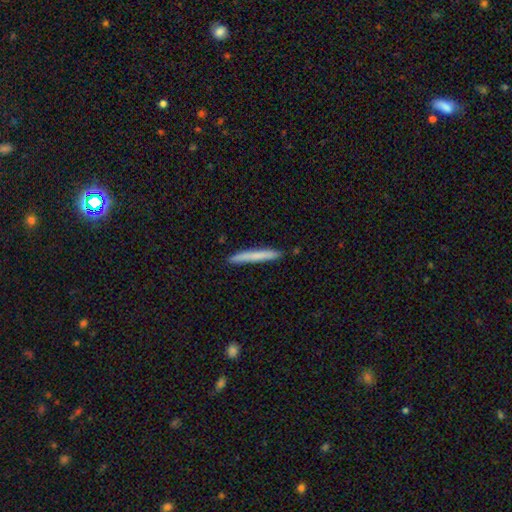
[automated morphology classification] smooth-or-featured: smooth: 73% | featured or disk: 22% | star or artifact: 5%
  how-rounded: cigar-shaped: 97% | in between: 2% | round: 1%
  merging: none: 90% | minor disturbance: 7% | major disturbance: 1% | merger: 1%